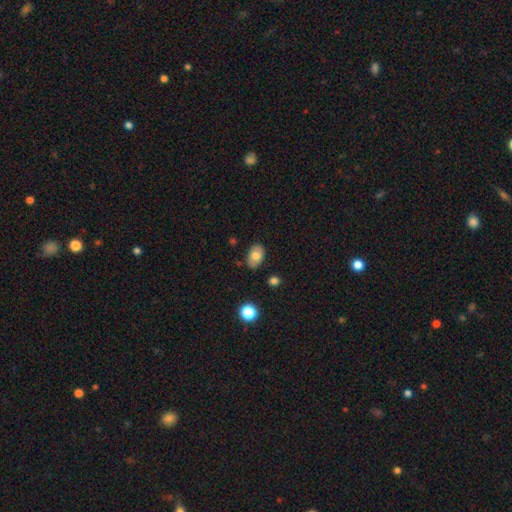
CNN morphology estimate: A smooth galaxy with no disk features (75%) that is in between round and cigar-shaped (88%). Merging: none (82%).